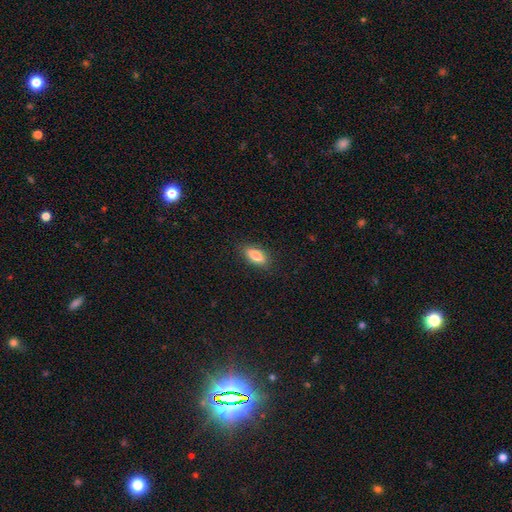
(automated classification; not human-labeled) smooth 82%, featured or disk 11%, star or artifact 7%. Down the decision tree: how rounded — in between (71%); merging — none (86%).